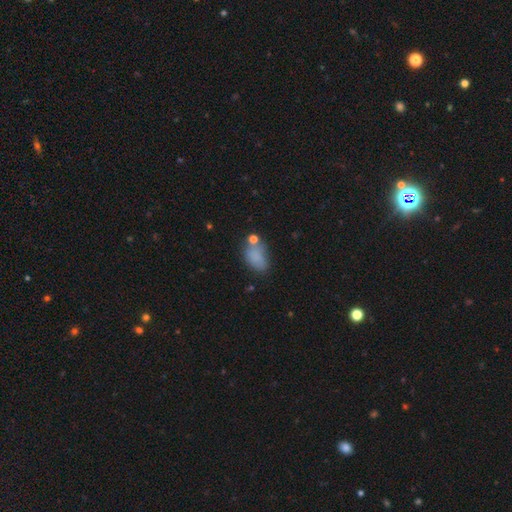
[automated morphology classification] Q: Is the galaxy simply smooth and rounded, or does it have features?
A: smooth — 77%.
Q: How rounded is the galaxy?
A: in between — 85%.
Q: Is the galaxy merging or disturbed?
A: none — 50%.